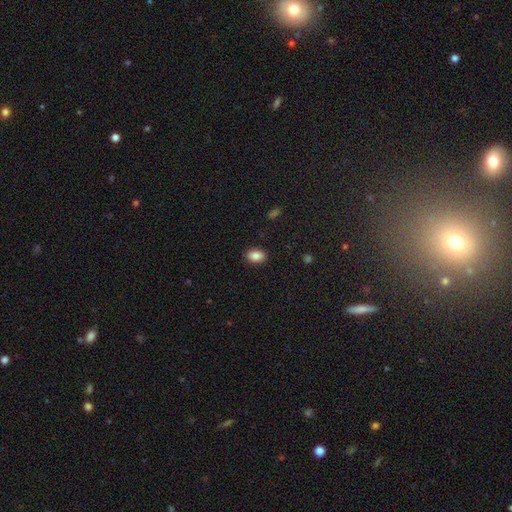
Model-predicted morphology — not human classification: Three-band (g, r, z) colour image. It shows a smooth galaxy with no disk features (87%) that is in between round and cigar-shaped (82%). Merging: none (89%).